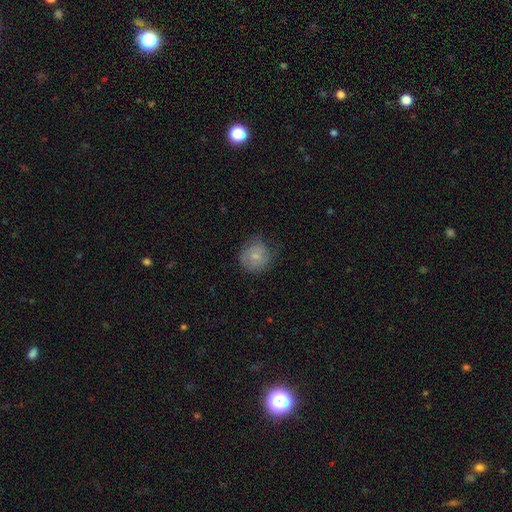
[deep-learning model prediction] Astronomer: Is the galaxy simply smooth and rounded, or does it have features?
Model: smooth — 64%.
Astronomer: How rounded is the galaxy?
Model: round — 80%.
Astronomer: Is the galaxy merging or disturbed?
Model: none — 61%.